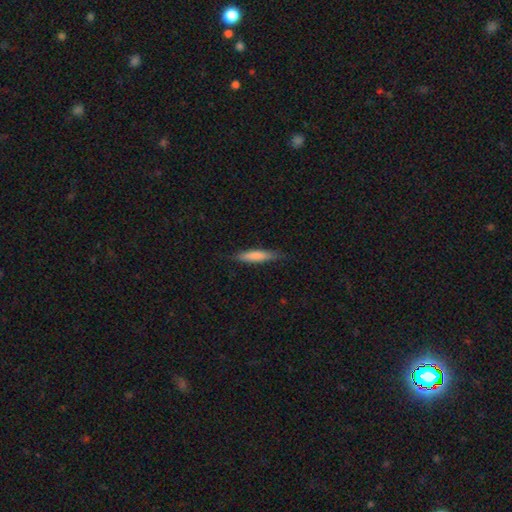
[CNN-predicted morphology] A smooth galaxy with no disk features (78%) that is cigar-shaped (82%).

Vote fractions:
- Smooth or featured? smooth: 78% / featured or disk: 16% / star or artifact: 6%
- How rounded? cigar-shaped: 82% / in between: 17% / round: 1%
- Merging? none: 83% / minor disturbance: 13% / major disturbance: 3% / merger: 1%